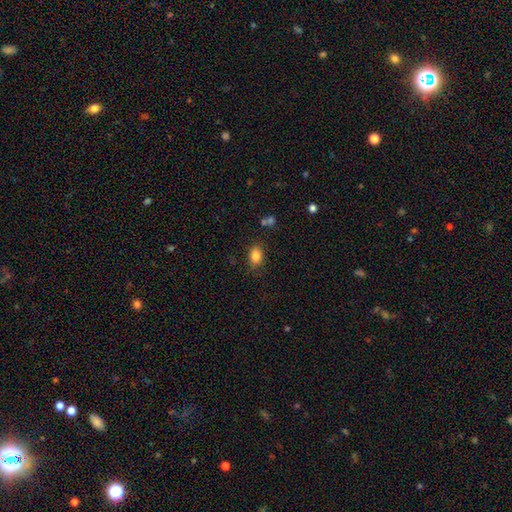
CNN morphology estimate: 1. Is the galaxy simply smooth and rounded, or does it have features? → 84% smooth, 9% star or artifact, 6% featured or disk.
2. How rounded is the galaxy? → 76% in between, 22% round, 1% cigar-shaped.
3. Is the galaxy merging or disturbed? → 80% none, 13% minor disturbance, 4% major disturbance, 3% merger.